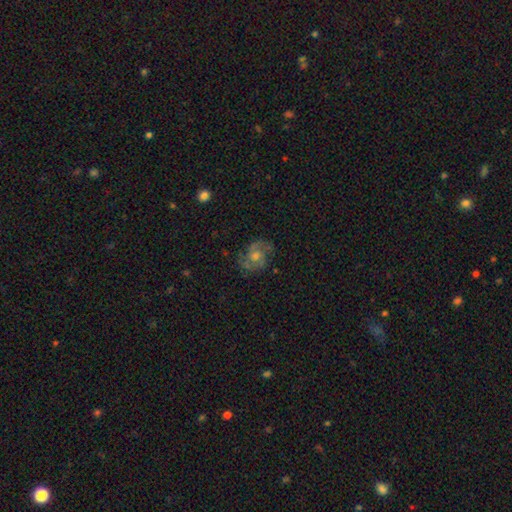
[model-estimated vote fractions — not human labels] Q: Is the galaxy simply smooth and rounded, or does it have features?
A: featured or disk — 72%.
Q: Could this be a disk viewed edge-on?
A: no — 97%.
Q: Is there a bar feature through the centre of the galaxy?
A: no — 70%.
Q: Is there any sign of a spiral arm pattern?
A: yes — 91%.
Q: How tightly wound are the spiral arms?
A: medium — 51%.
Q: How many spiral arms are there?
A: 2 — 70%.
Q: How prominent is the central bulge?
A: moderate — 52%.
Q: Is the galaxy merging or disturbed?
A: none — 74%.